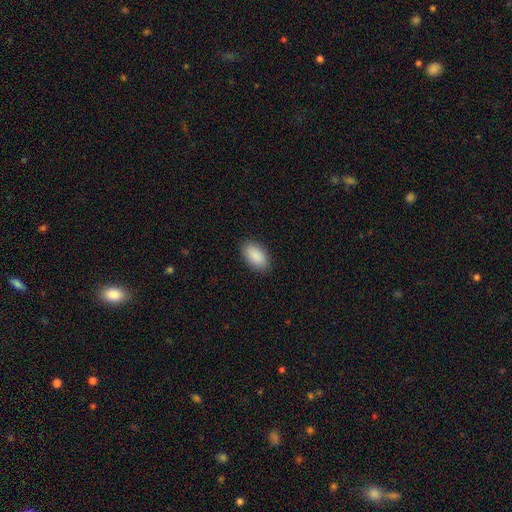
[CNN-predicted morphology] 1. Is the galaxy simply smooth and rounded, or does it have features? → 91% smooth, 6% star or artifact, 3% featured or disk.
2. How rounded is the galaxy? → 95% in between, 3% round, 2% cigar-shaped.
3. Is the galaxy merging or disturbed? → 89% none, 8% minor disturbance, 2% major disturbance, 1% merger.